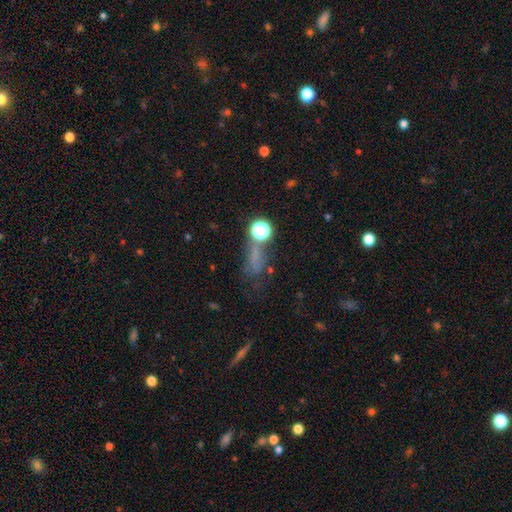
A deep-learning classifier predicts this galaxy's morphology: Overall: smooth (43%; star or artifact 40%). Merging: none (47%; major disturbance 21%).